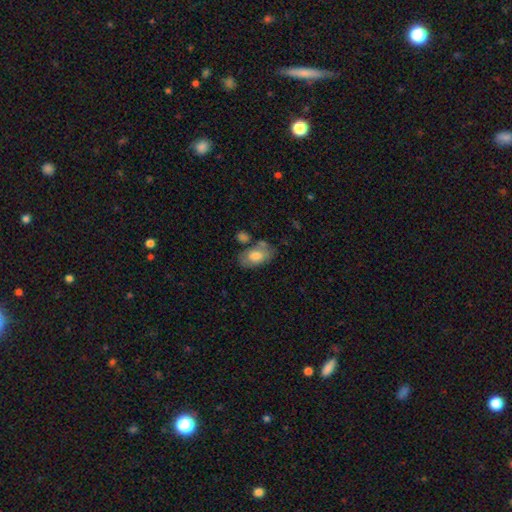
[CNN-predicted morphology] A smooth galaxy with no disk features (72%) that is in between round and cigar-shaped (92%).

Vote fractions:
- Smooth or featured? smooth: 72% / featured or disk: 21% / star or artifact: 7%
- How rounded? in between: 92% / round: 6% / cigar-shaped: 2%
- Merging? none: 59% / minor disturbance: 20% / merger: 15% / major disturbance: 7%